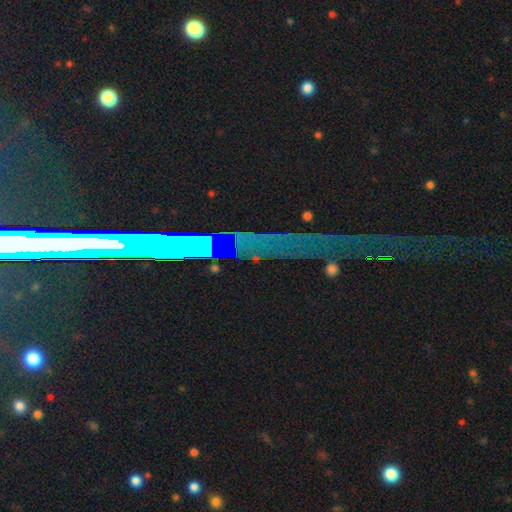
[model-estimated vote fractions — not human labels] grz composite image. It shows a star or artifact, not a galaxy (65%).